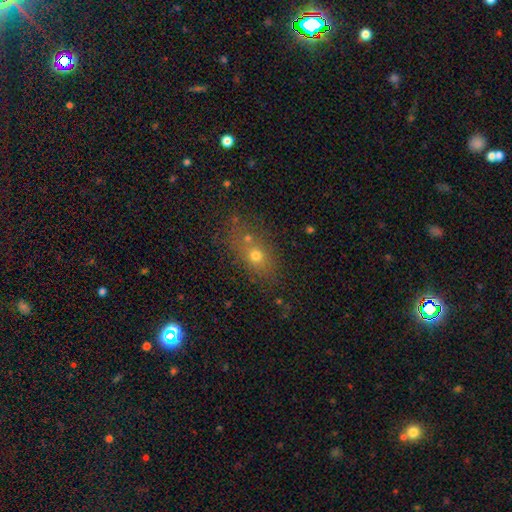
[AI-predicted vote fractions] This is likely a smooth galaxy (65%). How rounded: possibly in between (54%). Merging: likely none (61%).